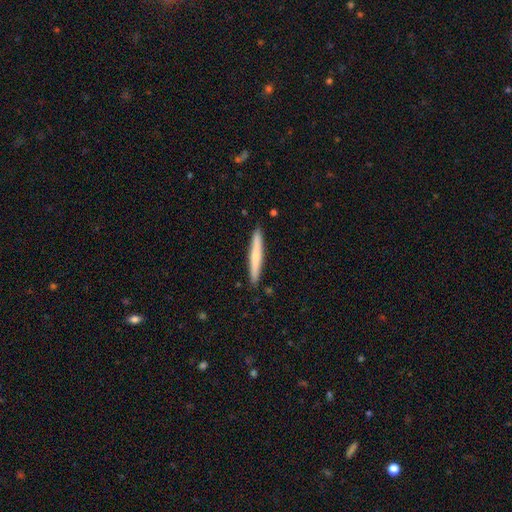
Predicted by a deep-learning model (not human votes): The model was most divided on "smooth or featured": smooth: 63%, featured or disk: 32%, star or artifact: 5%. More confident: how rounded — cigar-shaped (96%); merging — none (91%).